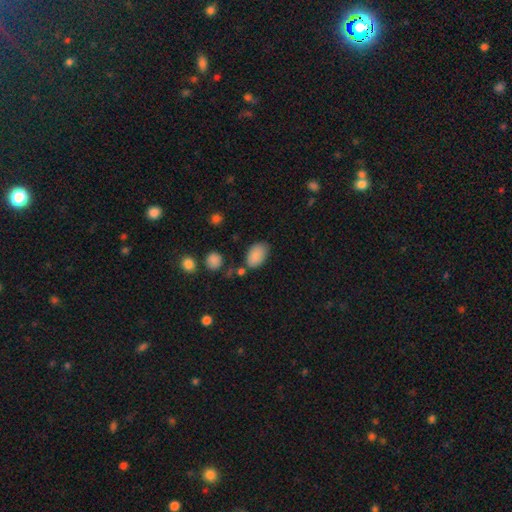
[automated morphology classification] Q: Smooth or featured?
A: smooth (86%); runner-up: star or artifact (8%)
Q: How rounded?
A: in between (92%); runner-up: round (7%)
Q: Merging?
A: none (71%); runner-up: minor disturbance (18%)